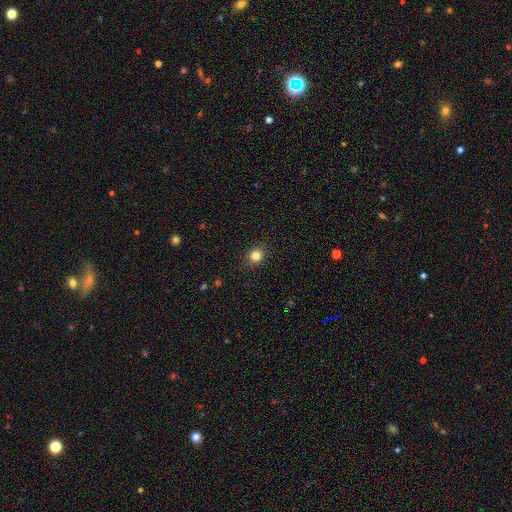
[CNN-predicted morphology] A smooth galaxy with no disk features (83%) that is round (86%). Merging: none (90%).